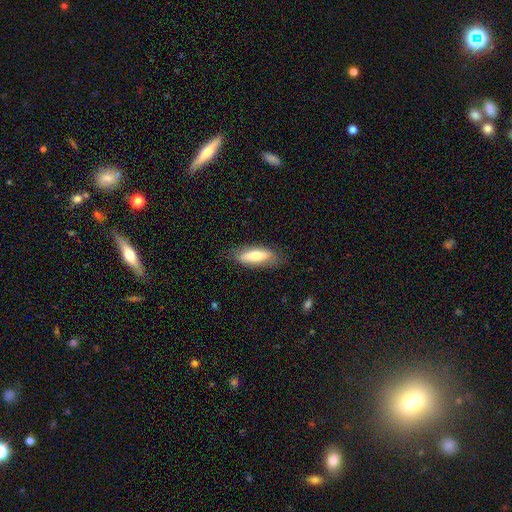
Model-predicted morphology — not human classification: Overall: smooth (65%; featured or disk 29%). How rounded: in between (56%; cigar-shaped 42%). Merging: none (78%).